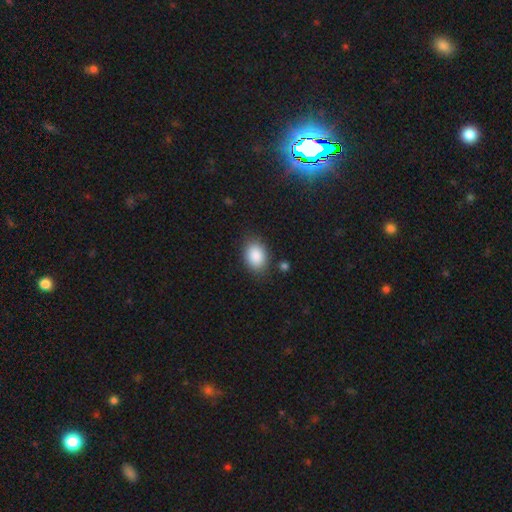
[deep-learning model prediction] smooth_or_featured: smooth (p=0.88) [alt: star or artifact p=0.07]
how_rounded: in between (p=0.78) [alt: round p=0.20]
merging: none (p=0.83) [alt: minor disturbance p=0.11]